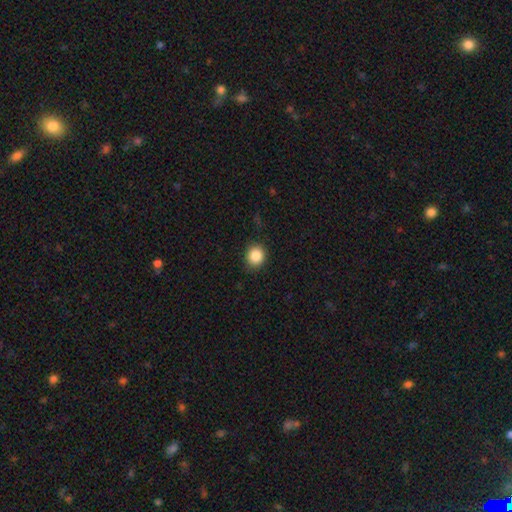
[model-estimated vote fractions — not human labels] Smooth or featured? Predicted: smooth (p=0.87). How rounded? Predicted: round (p=0.83). Merging? Predicted: none (p=0.88).